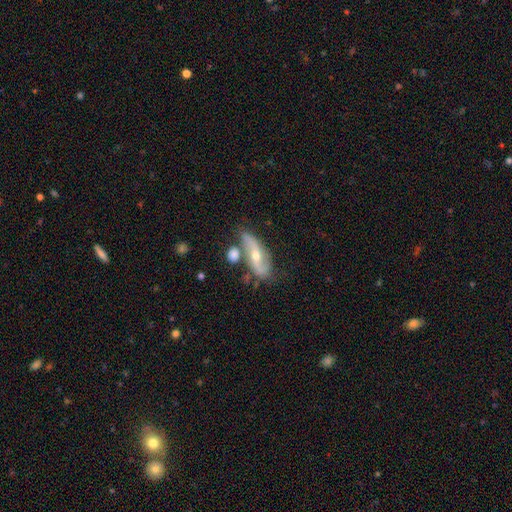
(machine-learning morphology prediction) smooth_or_featured: featured or disk (p=0.75) [alt: smooth p=0.18]
disk_edge_on: no (p=0.83) [alt: yes p=0.17]
bar: no (p=0.41) [alt: strong p=0.31]
has_spiral_arms: yes (p=0.87) [alt: no p=0.13]
spiral_winding: loose (p=0.57) [alt: medium p=0.29]
spiral_arm_count: 2 (p=0.86) [alt: can't tell p=0.07]
bulge_size: moderate (p=0.52) [alt: small p=0.44]
merging: none (p=0.58) [alt: minor disturbance p=0.20]